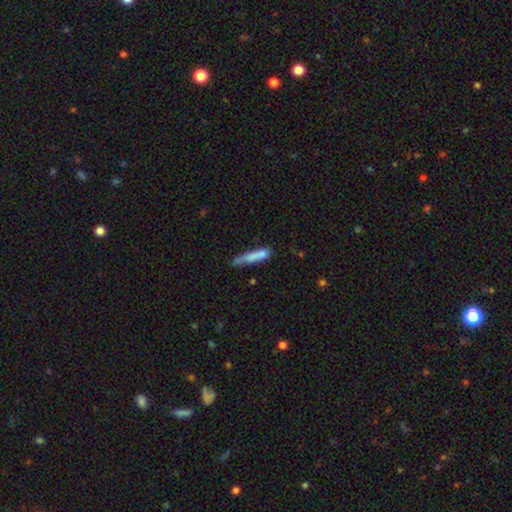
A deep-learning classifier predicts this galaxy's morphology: Smooth or featured? Predicted: smooth (p=0.76). How rounded? Predicted: cigar-shaped (p=0.88). Merging? Predicted: none (p=0.49).